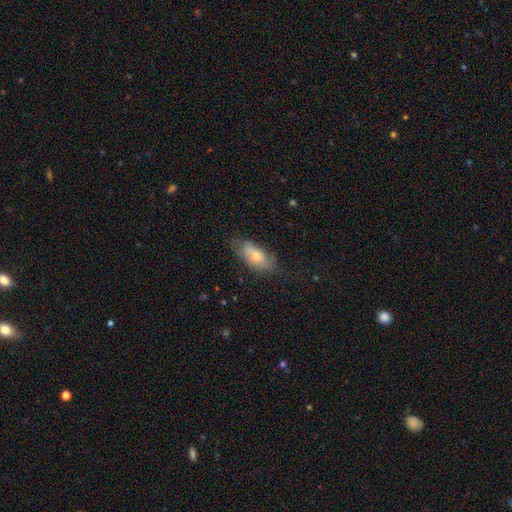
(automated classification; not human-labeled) This appears to be a smooth galaxy with no disk features (67%) that is in between round and cigar-shaped (87%). Merging: none (59%).